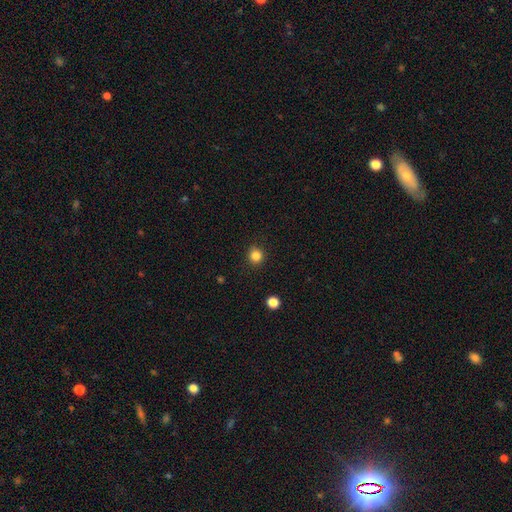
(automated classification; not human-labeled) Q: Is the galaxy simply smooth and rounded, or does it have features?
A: smooth — 84%.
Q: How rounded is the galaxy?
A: round — 92%.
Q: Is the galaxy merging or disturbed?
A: none — 90%.